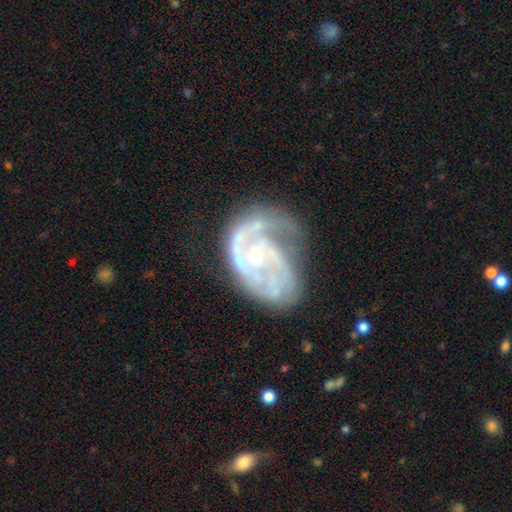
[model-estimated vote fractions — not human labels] Q: Smooth or featured?
A: featured or disk (87%); runner-up: smooth (8%)
Q: Edge-on disk?
A: no (98%); runner-up: yes (2%)
Q: Bar?
A: no (66%); runner-up: weak (28%)
Q: Spiral arms?
A: yes (93%); runner-up: no (7%)
Q: Spiral winding?
A: tight (45%); runner-up: medium (41%)
Q: Spiral arm count?
A: 2 (36%); runner-up: can't tell (22%)
Q: Bulge size?
A: small (67%); runner-up: moderate (27%)
Q: Merging?
A: none (42%); runner-up: major disturbance (28%)